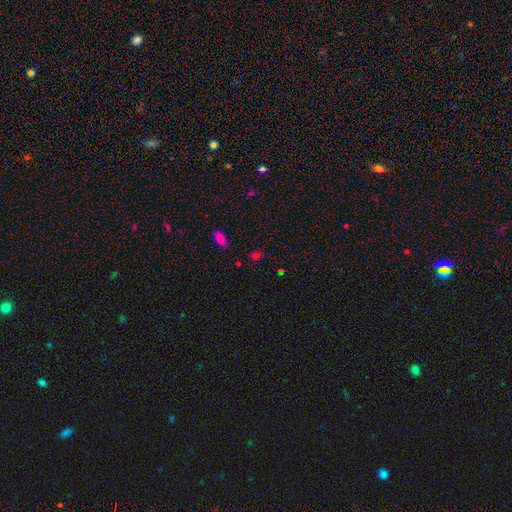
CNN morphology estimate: smooth_or_featured: smooth (p=0.56) [alt: star or artifact p=0.37]
how_rounded: round (p=0.56) [alt: in between p=0.40]
merging: none (p=0.79) [alt: minor disturbance p=0.13]